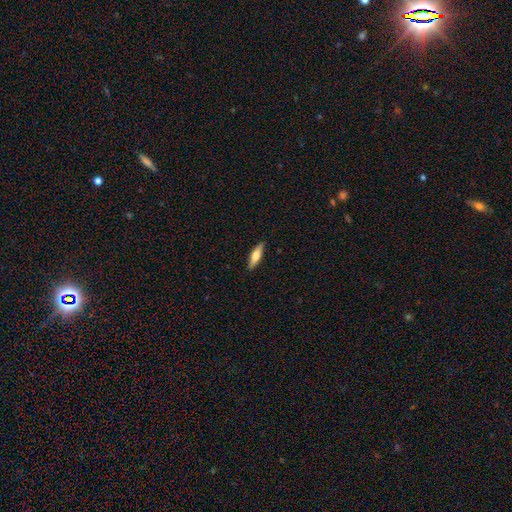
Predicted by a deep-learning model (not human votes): Smooth or featured? smooth (63%)
How rounded? cigar-shaped (62%)
Merging? none (89%)